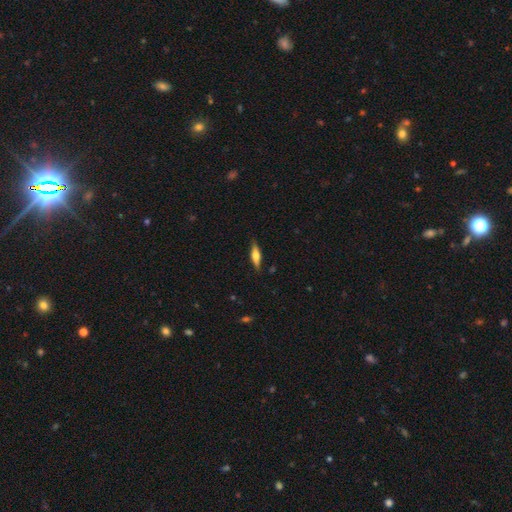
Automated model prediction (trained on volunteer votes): The model was most divided on "smooth or featured": featured or disk: 50%, smooth: 44%, star or artifact: 6%. More confident: merging — none (86%).